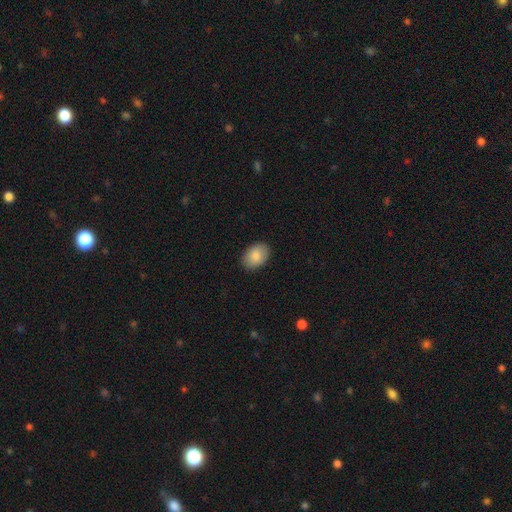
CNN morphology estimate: smooth_or_featured: smooth (p=0.87) [alt: featured or disk p=0.07]
how_rounded: in between (p=0.84) [alt: round p=0.15]
merging: none (p=0.88) [alt: minor disturbance p=0.09]